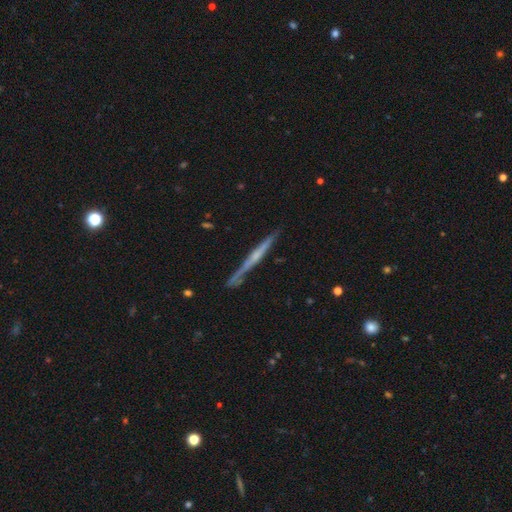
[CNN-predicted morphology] featured or disk 70%, smooth 24%, star or artifact 6%. Down the decision tree: edge-on disk — yes (97%); edge-on bulge — none (49%); merging — none (82%).